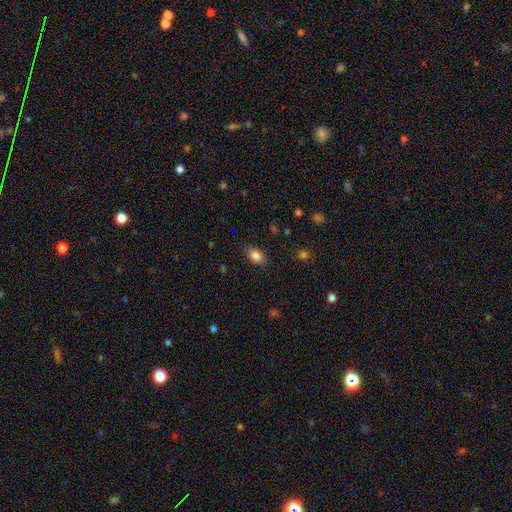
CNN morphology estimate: Q: Smooth or featured?
A: smooth (85%); runner-up: star or artifact (10%)
Q: How rounded?
A: in between (78%); runner-up: round (21%)
Q: Merging?
A: none (84%); runner-up: minor disturbance (12%)